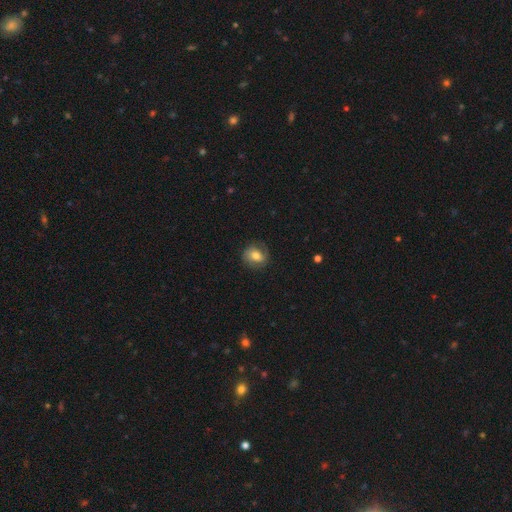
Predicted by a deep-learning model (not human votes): Smooth or featured? Predicted: smooth (p=0.46). Merging? Predicted: none (p=0.77).